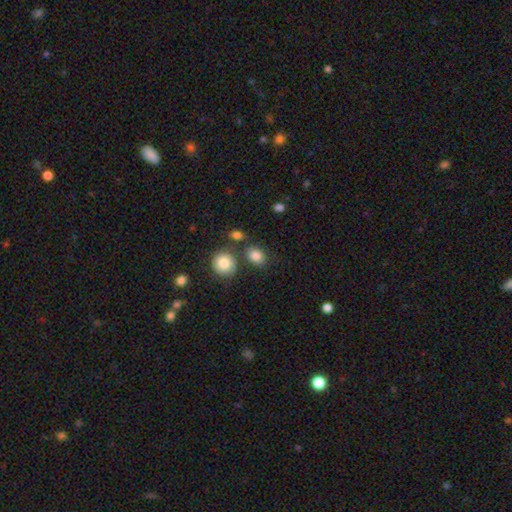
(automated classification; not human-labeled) Smooth or featured: smooth — 85% (star or artifact — 10%)
How rounded: in between — 53% (round — 46%)
Merging: none — 69% (minor disturbance — 13%)